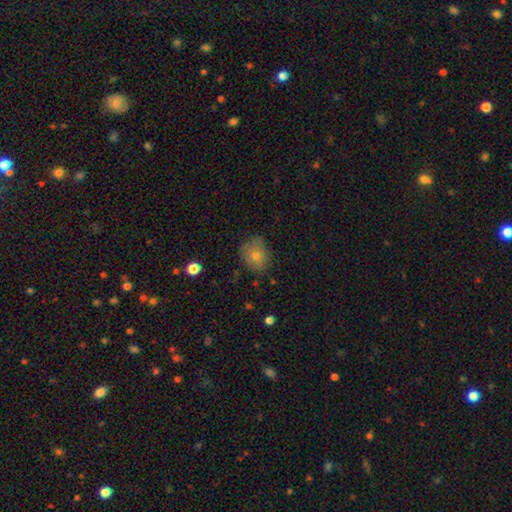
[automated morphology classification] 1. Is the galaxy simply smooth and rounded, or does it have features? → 73% smooth, 16% featured or disk, 11% star or artifact.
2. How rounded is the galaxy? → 52% round, 47% in between, 1% cigar-shaped.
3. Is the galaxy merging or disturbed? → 72% none, 21% minor disturbance, 5% major disturbance, 2% merger.